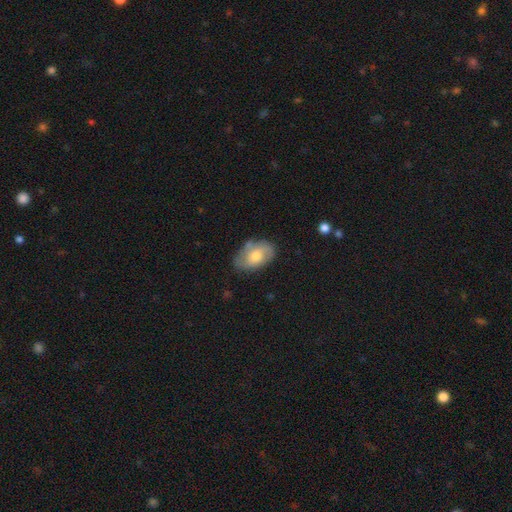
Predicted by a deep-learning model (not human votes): The model was most divided on "smooth or featured": smooth: 53%, featured or disk: 40%, star or artifact: 7%. More confident: how rounded — in between (89%); merging — none (66%).